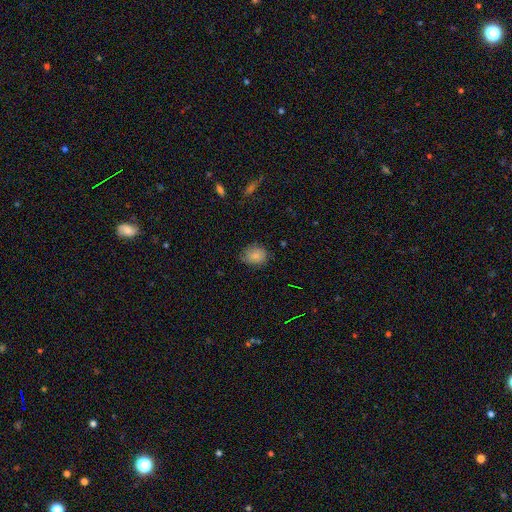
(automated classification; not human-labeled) smooth_or_featured: smooth (p=0.80) [alt: featured or disk p=0.11]
how_rounded: round (p=0.55) [alt: in between p=0.44]
merging: none (p=0.72) [alt: minor disturbance p=0.22]